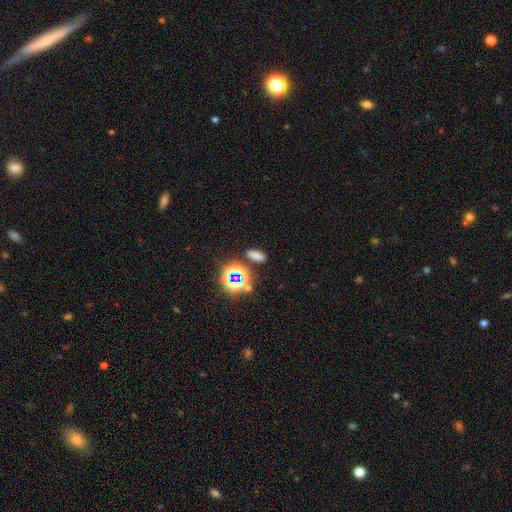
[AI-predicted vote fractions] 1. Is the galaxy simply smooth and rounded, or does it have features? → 67% smooth, 27% star or artifact, 6% featured or disk.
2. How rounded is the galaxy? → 76% in between, 14% cigar-shaped, 10% round.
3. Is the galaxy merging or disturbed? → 83% none, 9% minor disturbance, 4% merger, 3% major disturbance.